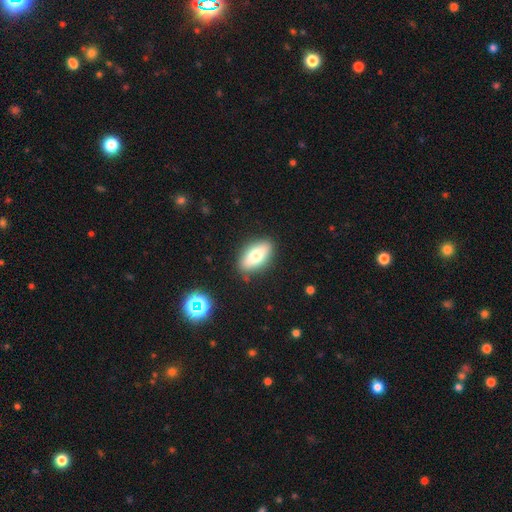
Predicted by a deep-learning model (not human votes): smooth 68%, featured or disk 24%, star or artifact 8%. Down the decision tree: how rounded — in between (87%); merging — none (86%).